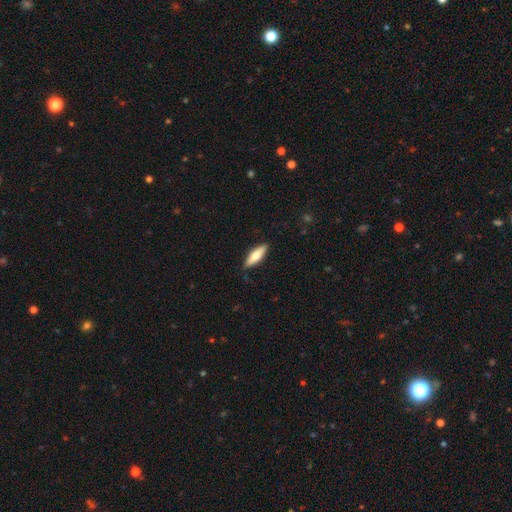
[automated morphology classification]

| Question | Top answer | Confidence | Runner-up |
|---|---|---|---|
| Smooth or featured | smooth | 58% | featured or disk (36%) |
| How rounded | cigar-shaped | 56% | in between (42%) |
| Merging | none | 86% | minor disturbance (11%) |